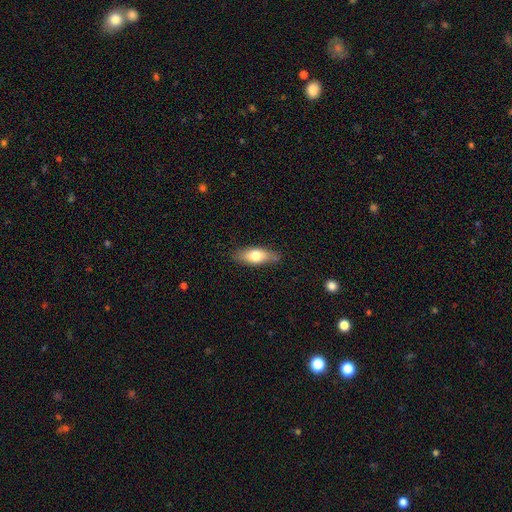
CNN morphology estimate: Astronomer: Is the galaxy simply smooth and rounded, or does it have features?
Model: smooth — 66%.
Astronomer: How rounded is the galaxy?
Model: in between — 70%.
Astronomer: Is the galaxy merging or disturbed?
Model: none — 80%.